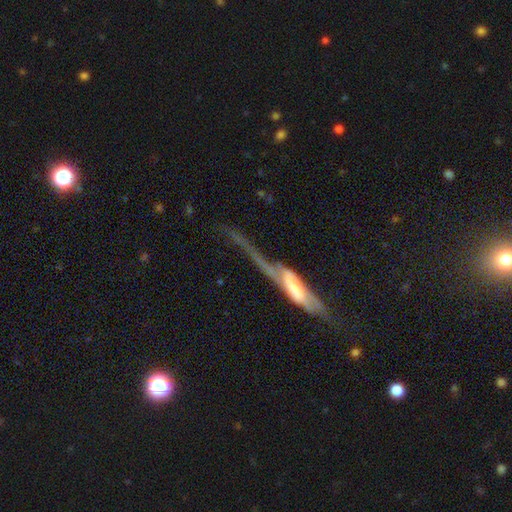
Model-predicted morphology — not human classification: A featured or disk galaxy (69%) viewed edge-on (84%) with a rounded central bulge (50%).

Vote fractions:
- Smooth or featured? featured or disk: 69% / smooth: 17% / star or artifact: 15%
- Edge-on disk? yes: 84% / no: 16%
- Edge-on bulge? rounded: 50% / none: 26% / boxy: 24%
- Merging? none: 47% / major disturbance: 23% / minor disturbance: 20% / merger: 10%